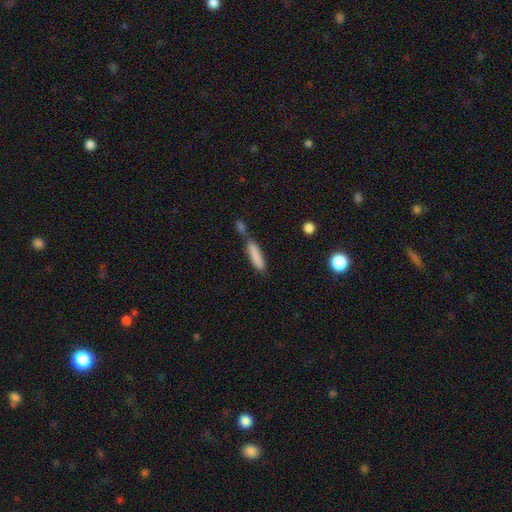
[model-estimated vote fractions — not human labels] Overall: smooth (84%). How rounded: cigar-shaped (73%). Merging: none (51%; merger 28%).